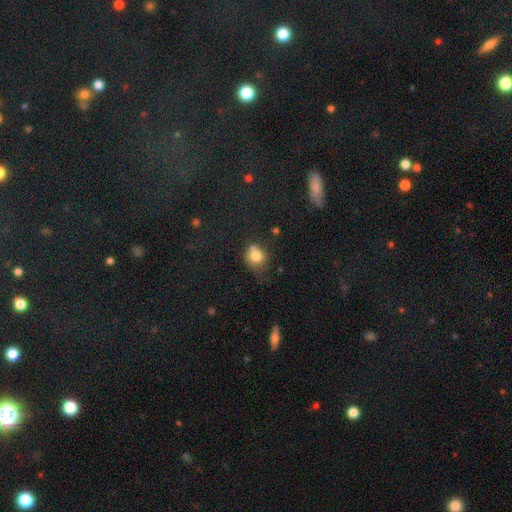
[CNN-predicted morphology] Q: Smooth or featured?
A: smooth (77%); runner-up: star or artifact (12%)
Q: How rounded?
A: round (72%); runner-up: in between (27%)
Q: Merging?
A: none (46%); runner-up: minor disturbance (25%)